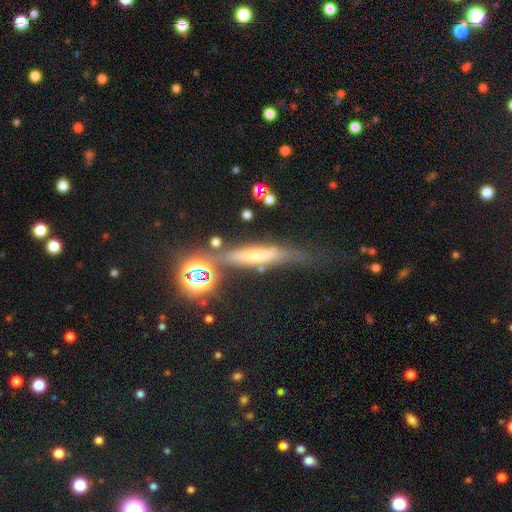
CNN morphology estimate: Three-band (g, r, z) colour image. It shows a featured or disk galaxy (41%, tied with smooth). Merging: none (62%).